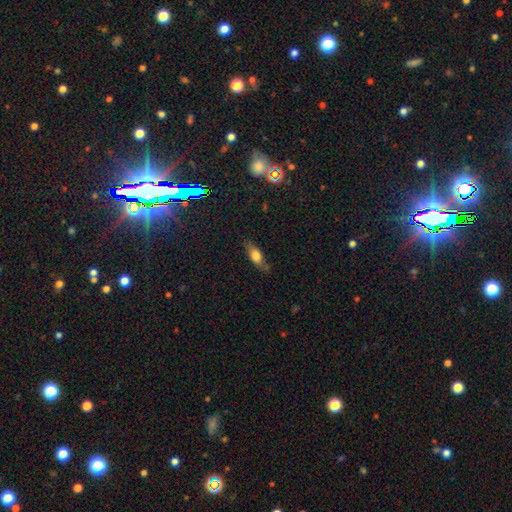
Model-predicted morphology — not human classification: smooth 62%, featured or disk 30%, star or artifact 9%. Down the decision tree: how rounded — in between (62%); merging — none (75%).